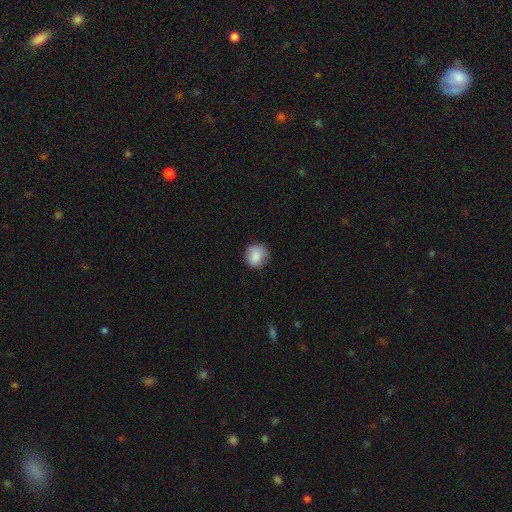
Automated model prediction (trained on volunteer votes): Smooth or featured?
  - smooth: 87% *
  - star or artifact: 8%
  - featured or disk: 5%
How rounded?
  - round: 85% *
  - in between: 14%
  - cigar-shaped: 1%
Merging?
  - none: 80% *
  - minor disturbance: 16%
  - major disturbance: 4%
  - merger: 1%